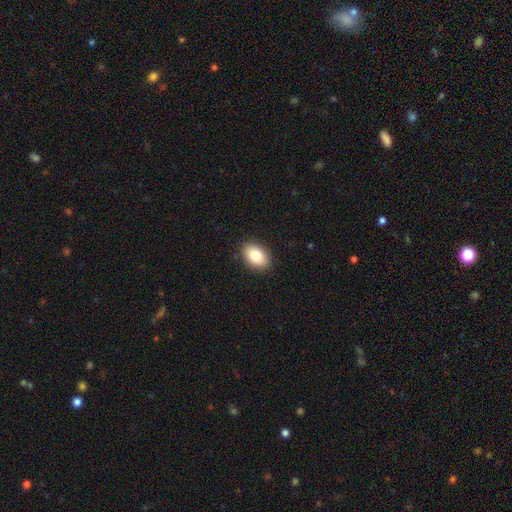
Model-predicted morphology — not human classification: Smooth or featured?
  - smooth: 83% *
  - featured or disk: 10%
  - star or artifact: 8%
How rounded?
  - in between: 86% *
  - round: 12%
  - cigar-shaped: 1%
Merging?
  - none: 89% *
  - minor disturbance: 8%
  - major disturbance: 2%
  - merger: 1%